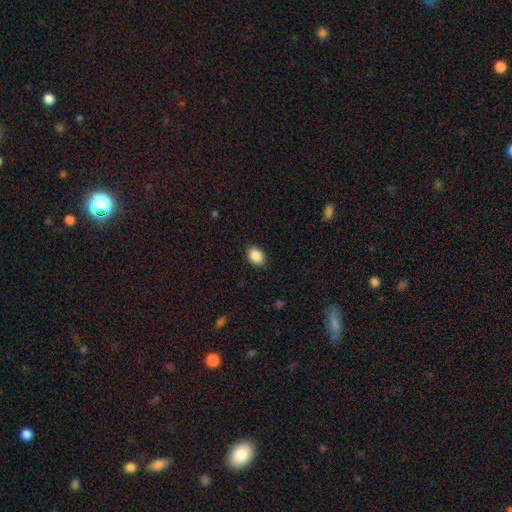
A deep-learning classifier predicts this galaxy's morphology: Smooth or featured? Predicted: smooth (p=0.89). How rounded? Predicted: in between (p=0.65). Merging? Predicted: none (p=0.90).